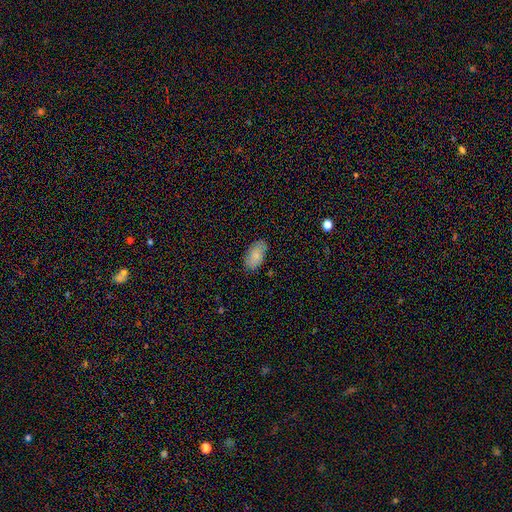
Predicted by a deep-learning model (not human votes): smooth 81%, featured or disk 12%, star or artifact 7%. Down the decision tree: how rounded — in between (94%); merging — none (83%).